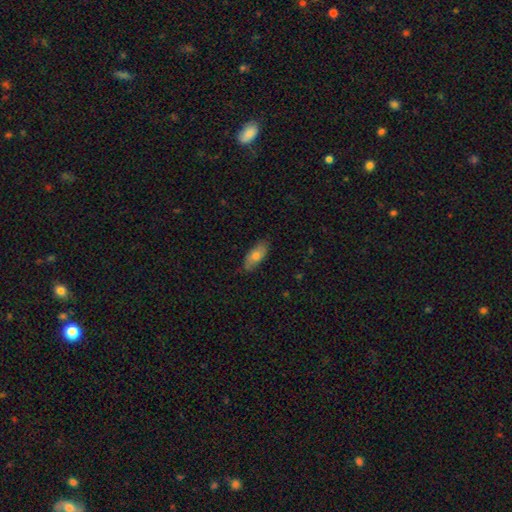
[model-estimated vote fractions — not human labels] A smooth galaxy with no disk features (70%) that is in between round and cigar-shaped (81%). Merging: none (80%).